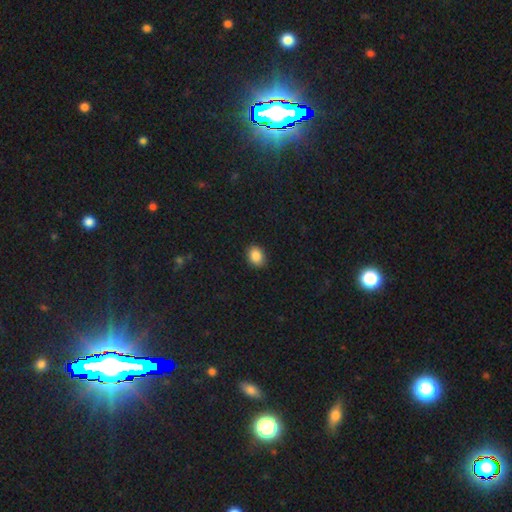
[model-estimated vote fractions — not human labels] The model was most divided on "how rounded": in between: 57%, round: 42%, cigar-shaped: 1%. More confident: merging — none (88%); smooth or featured — smooth (87%).